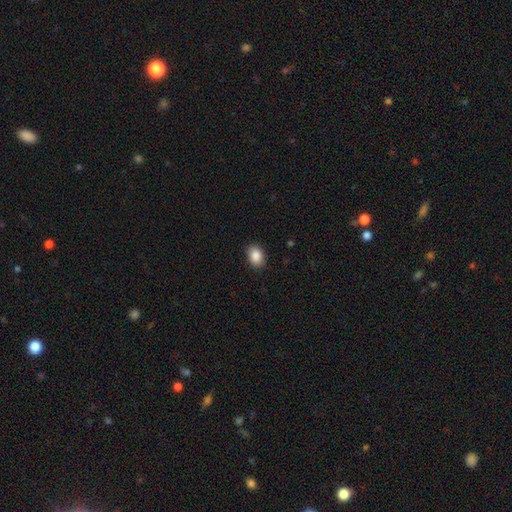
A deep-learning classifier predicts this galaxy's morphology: smooth 88%, star or artifact 8%, featured or disk 4%. Down the decision tree: how rounded — in between (75%); merging — none (88%).